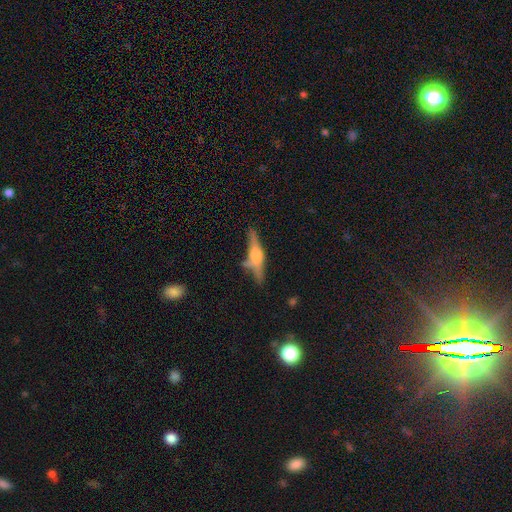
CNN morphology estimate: Smooth or featured? featured or disk (58%)
Edge-on disk? yes (91%)
Edge-on bulge? rounded (88%)
Merging? none (58%)